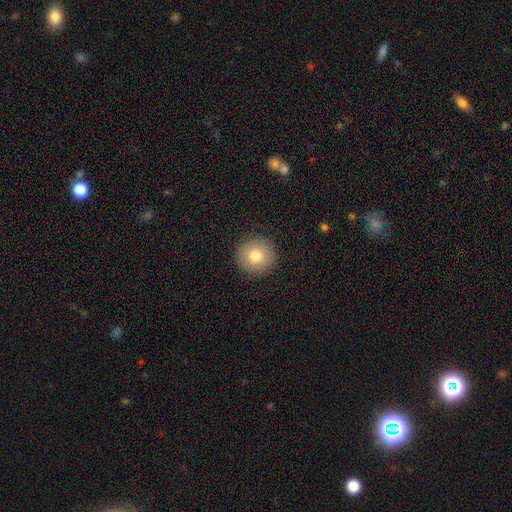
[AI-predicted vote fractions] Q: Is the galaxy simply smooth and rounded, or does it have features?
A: smooth — 79%.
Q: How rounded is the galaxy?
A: round — 96%.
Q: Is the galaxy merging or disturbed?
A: none — 92%.